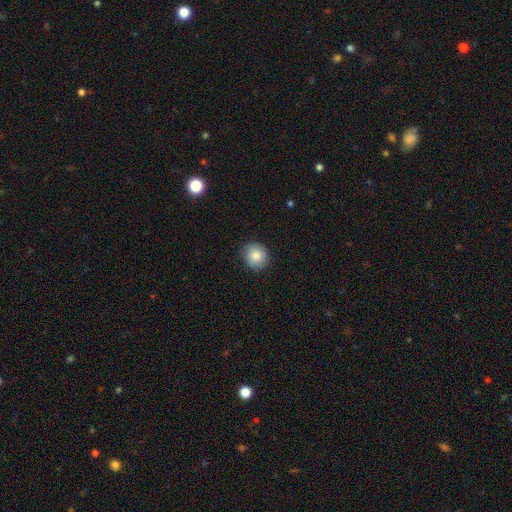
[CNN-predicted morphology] This appears to be a smooth galaxy with no disk features (85%) that is round (81%). Merging: none (88%).